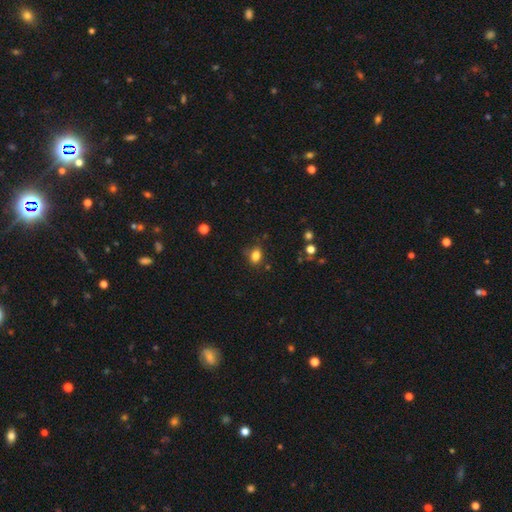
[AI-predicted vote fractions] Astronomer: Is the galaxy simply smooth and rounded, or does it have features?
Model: smooth — 83%.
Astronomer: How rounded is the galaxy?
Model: in between — 68%.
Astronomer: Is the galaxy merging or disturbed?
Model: none — 76%.